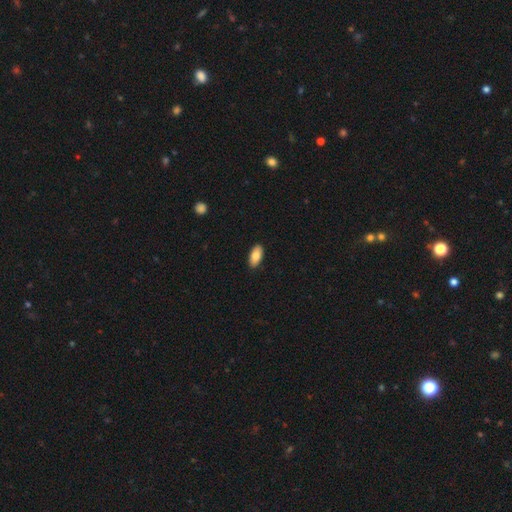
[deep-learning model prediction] Overall: smooth (85%). How rounded: in between (93%). Merging: none (89%).